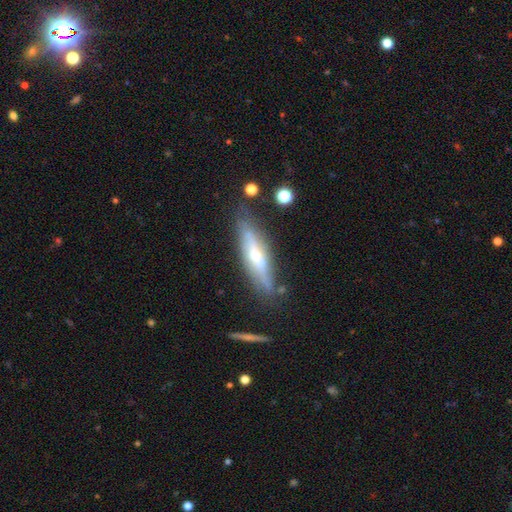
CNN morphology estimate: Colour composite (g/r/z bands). It shows a featured or disk galaxy (69%) viewed edge-on (79%) with a rounded central bulge (81%). Merging: none (75%).